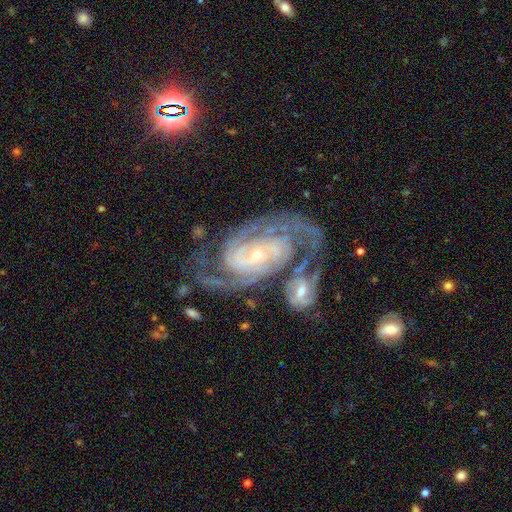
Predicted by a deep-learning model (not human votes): Smooth or featured? featured or disk (92%)
Edge-on disk? no (97%)
Bar? no (57%)
Spiral arms? yes (98%)
Spiral winding? tight (62%)
Spiral arm count? 2 (60%)
Bulge size? small (78%)
Merging? none (47%)